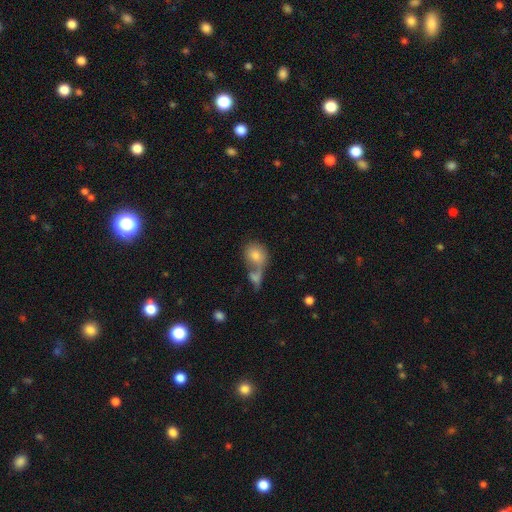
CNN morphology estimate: A smooth galaxy with no disk features (75%) that is round (58%).

Vote fractions:
- Smooth or featured? smooth: 75% / featured or disk: 16% / star or artifact: 9%
- How rounded? round: 58% / in between: 39% / cigar-shaped: 2%
- Merging? merger: 52% / none: 32% / minor disturbance: 10% / major disturbance: 7%